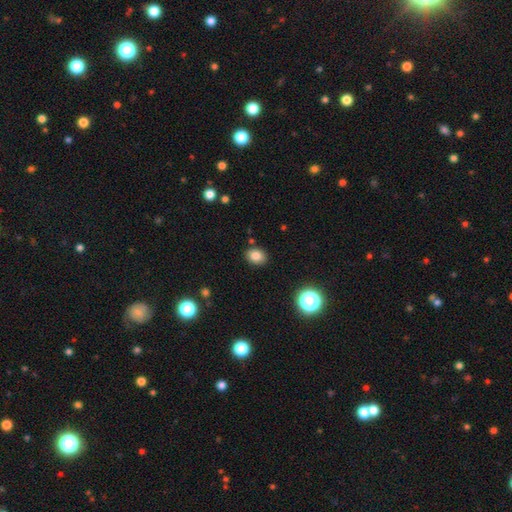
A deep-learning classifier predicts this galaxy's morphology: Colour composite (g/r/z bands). It shows a smooth galaxy with no disk features (82%) that is in between round and cigar-shaped (51%). Merging: none (86%).